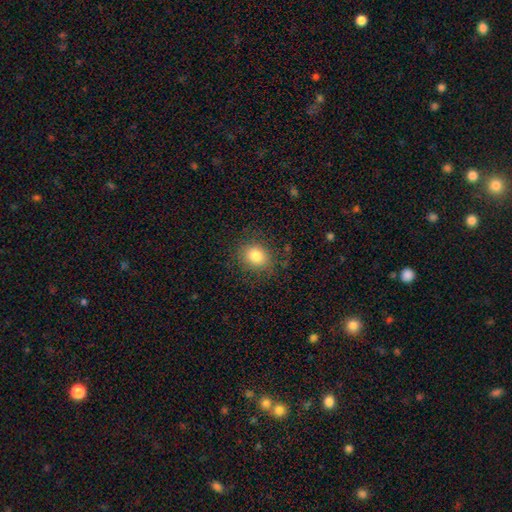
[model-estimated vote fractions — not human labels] This is clearly a smooth galaxy (82%). How rounded: likely round (60%). Merging: clearly none (82%).